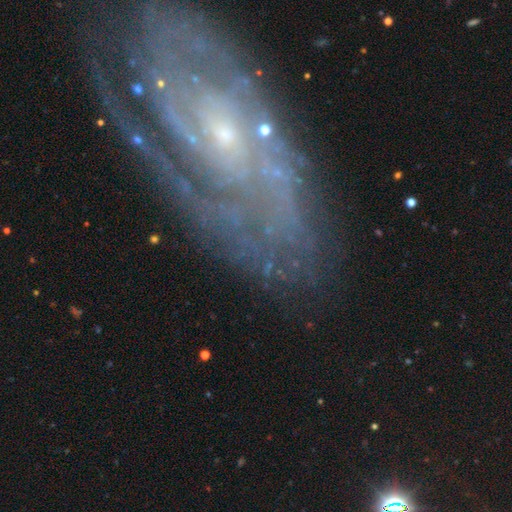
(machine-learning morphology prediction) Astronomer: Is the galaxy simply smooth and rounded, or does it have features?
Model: featured or disk — 84%.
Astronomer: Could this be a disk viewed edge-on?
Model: no — 95%.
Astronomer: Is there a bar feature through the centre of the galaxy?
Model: no — 65%.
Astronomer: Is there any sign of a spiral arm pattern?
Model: yes — 94%.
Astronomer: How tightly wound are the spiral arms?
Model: tight — 66%.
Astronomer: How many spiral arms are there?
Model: can't tell — 33% (runner-up: 2, 28%).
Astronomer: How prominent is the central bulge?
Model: small — 75%.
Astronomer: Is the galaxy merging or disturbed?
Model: none — 74%.